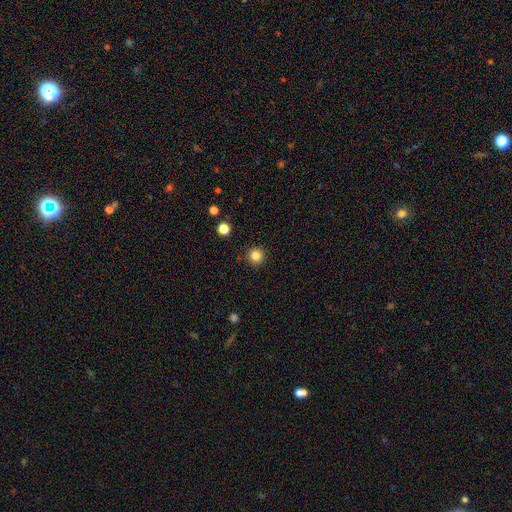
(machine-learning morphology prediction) Q: Smooth or featured?
A: smooth (84%); runner-up: star or artifact (12%)
Q: How rounded?
A: round (95%); runner-up: in between (4%)
Q: Merging?
A: none (92%); runner-up: minor disturbance (5%)